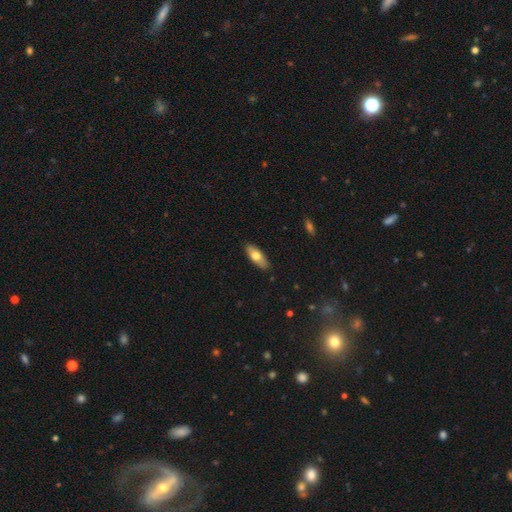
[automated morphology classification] smooth_or_featured: smooth (p=0.67) [alt: featured or disk p=0.28]
how_rounded: in between (p=0.68) [alt: cigar-shaped p=0.29]
merging: none (p=0.88) [alt: minor disturbance p=0.10]